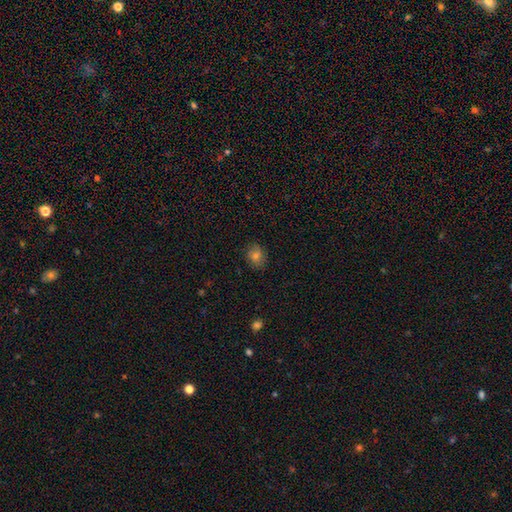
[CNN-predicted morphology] Smooth or featured? Predicted: smooth (p=0.74). How rounded? Predicted: round (p=0.54). Merging? Predicted: none (p=0.83).